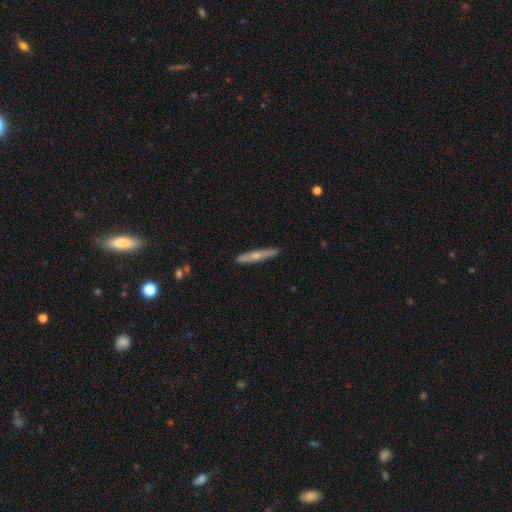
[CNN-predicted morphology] featured or disk 50%, smooth 44%, star or artifact 6%. Down the decision tree: merging — none (89%).